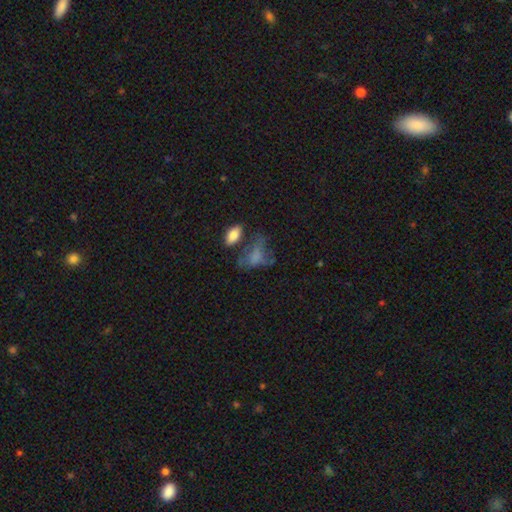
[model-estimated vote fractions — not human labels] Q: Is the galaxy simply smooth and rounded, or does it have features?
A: smooth — 64%.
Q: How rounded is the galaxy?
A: in between — 82%.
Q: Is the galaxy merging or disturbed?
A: major disturbance — 33%.